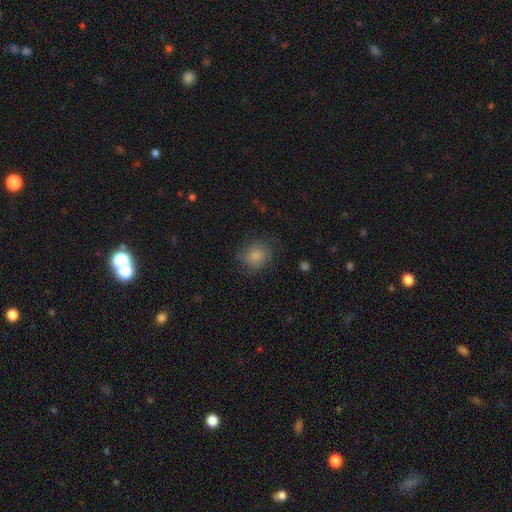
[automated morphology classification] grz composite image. It shows a smooth galaxy with no disk features (82%) that is round (76%). Merging: none (73%).